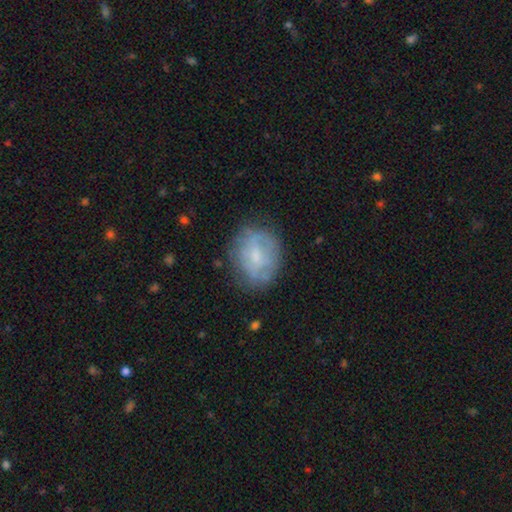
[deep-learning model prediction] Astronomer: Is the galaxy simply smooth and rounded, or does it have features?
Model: smooth — 48% (runner-up: featured or disk, 43%).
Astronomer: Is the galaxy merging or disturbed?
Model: none — 69%.